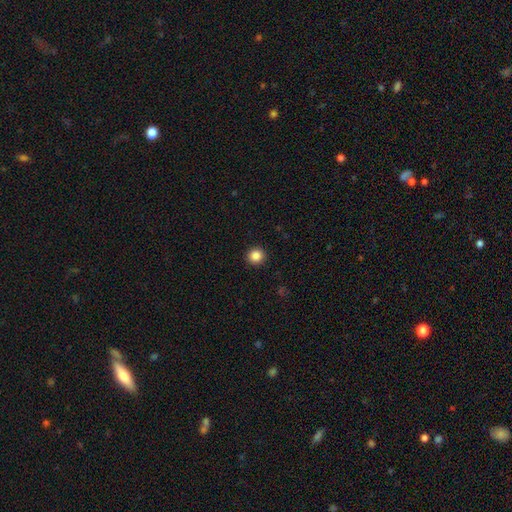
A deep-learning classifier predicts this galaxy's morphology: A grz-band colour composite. It shows a smooth galaxy with no disk features (86%) that is round (94%). Merging: none (93%).